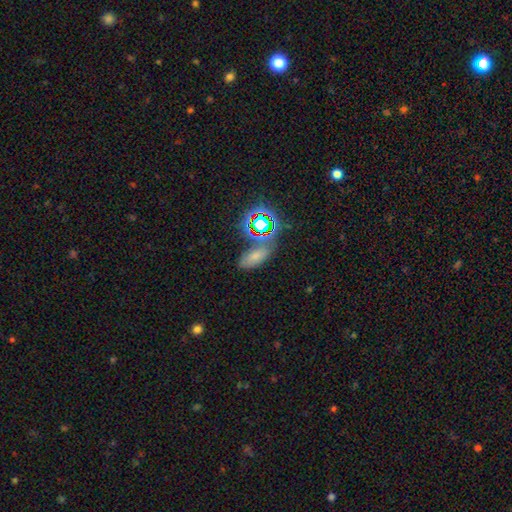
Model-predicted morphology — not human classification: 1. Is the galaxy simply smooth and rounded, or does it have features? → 58% smooth, 30% star or artifact, 12% featured or disk.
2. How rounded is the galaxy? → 84% in between, 9% cigar-shaped, 7% round.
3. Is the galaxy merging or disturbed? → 64% none, 17% minor disturbance, 12% merger, 7% major disturbance.